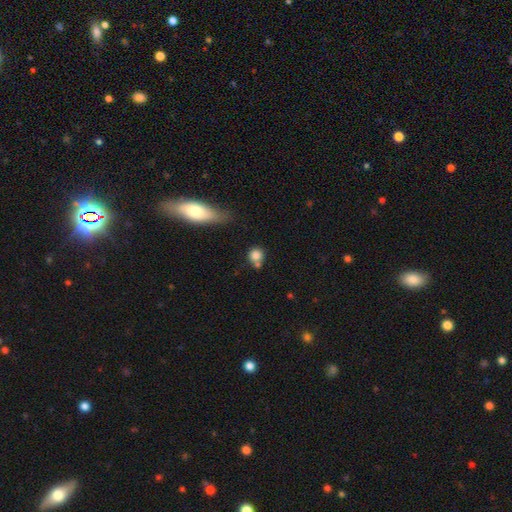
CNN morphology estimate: This is clearly a smooth galaxy (82%). How rounded: clearly round (86%). Merging: possibly none (57%).